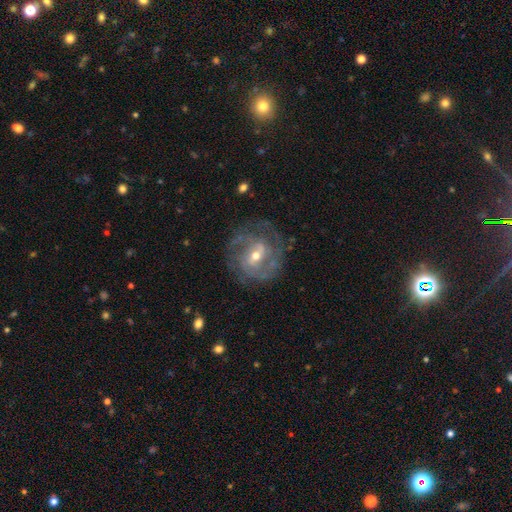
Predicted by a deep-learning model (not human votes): Q: Smooth or featured?
A: featured or disk (85%); runner-up: smooth (9%)
Q: Edge-on disk?
A: no (97%); runner-up: yes (3%)
Q: Bar?
A: weak (48%); runner-up: no (28%)
Q: Spiral arms?
A: yes (93%); runner-up: no (7%)
Q: Spiral winding?
A: tight (52%); runner-up: medium (38%)
Q: Spiral arm count?
A: 2 (38%); runner-up: can't tell (26%)
Q: Bulge size?
A: moderate (51%); runner-up: small (45%)
Q: Merging?
A: none (74%); runner-up: minor disturbance (16%)